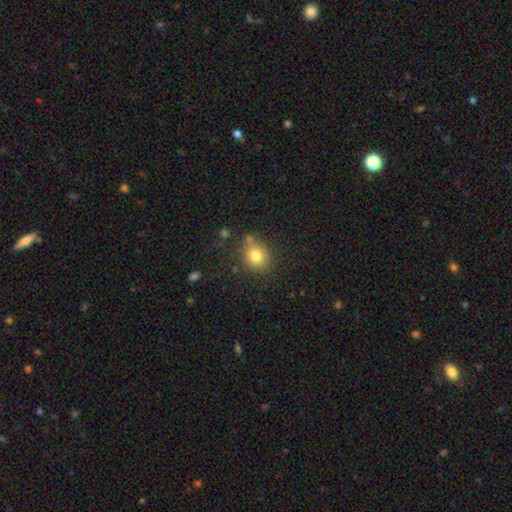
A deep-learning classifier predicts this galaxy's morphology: Smooth or featured?
  - smooth: 80% *
  - star or artifact: 12%
  - featured or disk: 9%
How rounded?
  - round: 71% *
  - in between: 28%
  - cigar-shaped: 1%
Merging?
  - none: 76% *
  - minor disturbance: 13%
  - merger: 6%
  - major disturbance: 4%